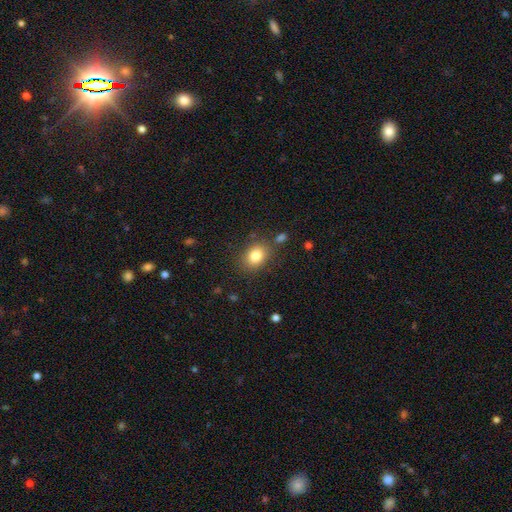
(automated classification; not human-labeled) A smooth galaxy with no disk features (82%) that is in between round and cigar-shaped (63%). Merging: none (81%).